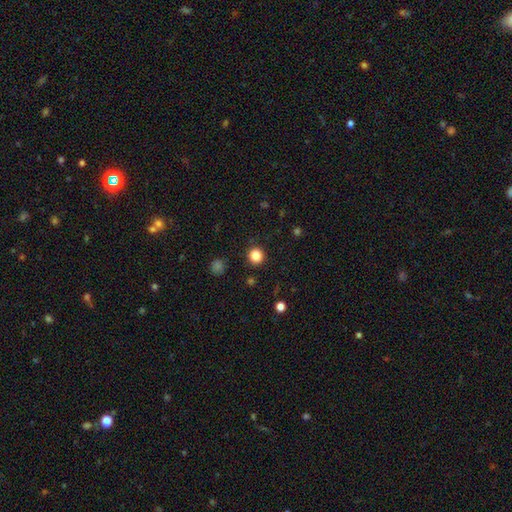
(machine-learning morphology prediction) smooth_or_featured: smooth (p=0.85) [alt: star or artifact p=0.12]
how_rounded: round (p=0.93) [alt: in between p=0.06]
merging: none (p=0.91) [alt: minor disturbance p=0.05]